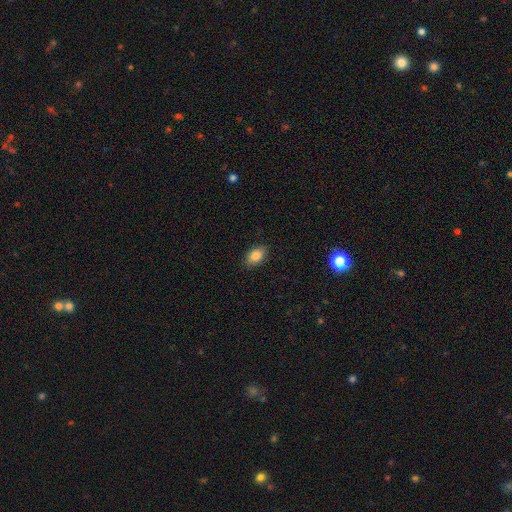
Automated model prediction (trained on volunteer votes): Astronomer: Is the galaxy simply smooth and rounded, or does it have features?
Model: smooth — 84%.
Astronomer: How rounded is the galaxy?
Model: in between — 86%.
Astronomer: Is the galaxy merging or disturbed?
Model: none — 87%.